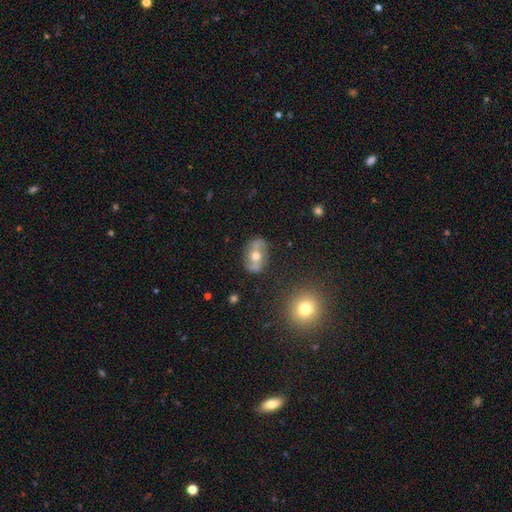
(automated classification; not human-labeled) This appears to be a featured or disk galaxy (61%) with no bar (41%), spiral arms (56%) and a moderate central bulge (76%). Merging: none (79%).